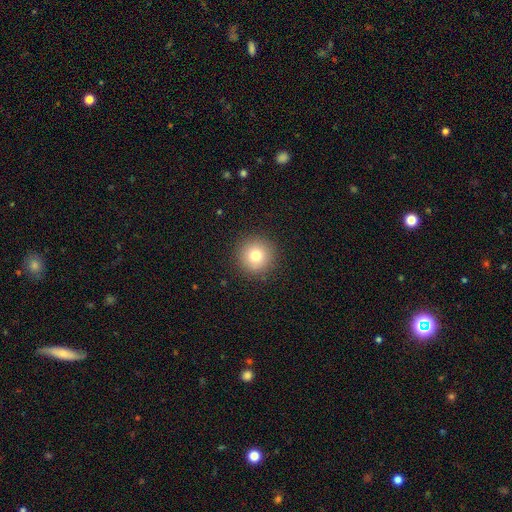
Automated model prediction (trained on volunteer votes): smooth_or_featured: smooth (p=0.78) [alt: star or artifact p=0.12]
how_rounded: round (p=0.96) [alt: in between p=0.03]
merging: none (p=0.91) [alt: minor disturbance p=0.06]